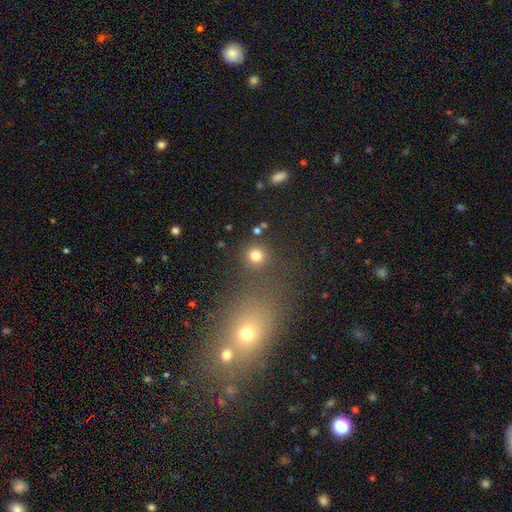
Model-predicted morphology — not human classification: smooth 79%, star or artifact 15%, featured or disk 6%. Down the decision tree: how rounded — round (92%); merging — none (81%).